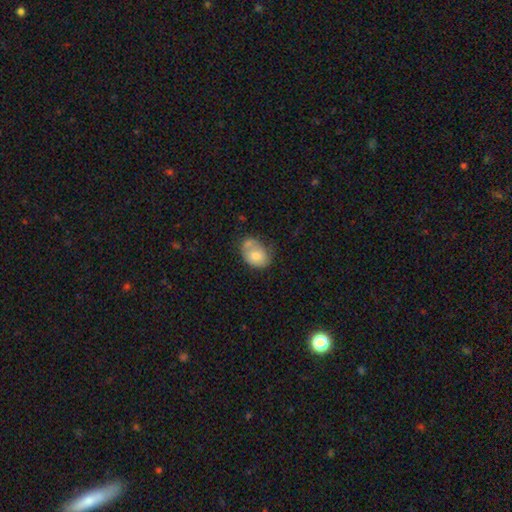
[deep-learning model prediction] Overall: smooth (69%). How rounded: in between (68%; round 31%). Merging: none (38%; minor disturbance 29%).